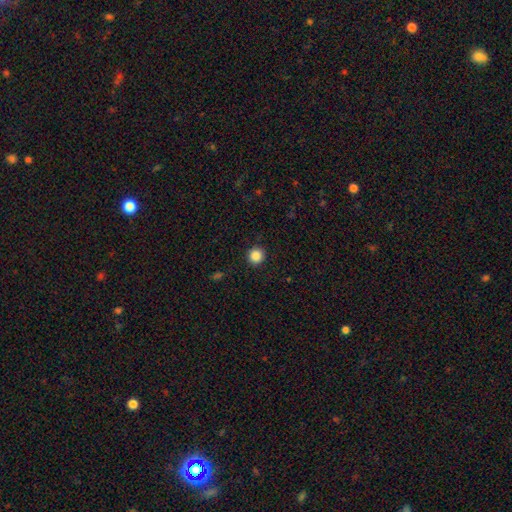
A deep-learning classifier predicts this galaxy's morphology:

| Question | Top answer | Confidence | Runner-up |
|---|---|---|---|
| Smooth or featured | smooth | 87% | star or artifact (10%) |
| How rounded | round | 94% | in between (5%) |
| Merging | none | 91% | minor disturbance (6%) |